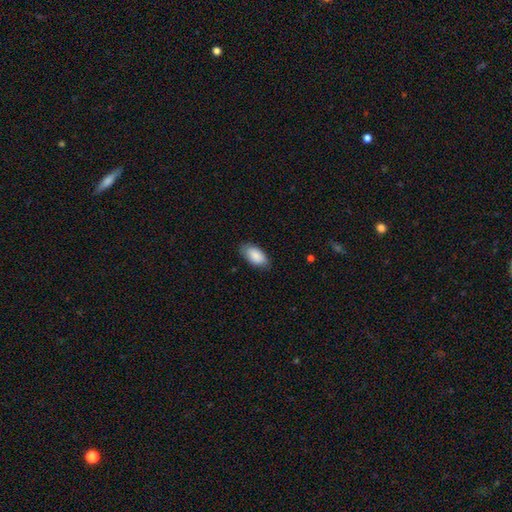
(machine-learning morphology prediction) Smooth or featured: smooth — 87% (featured or disk — 7%)
How rounded: in between — 94% (cigar-shaped — 3%)
Merging: none — 82% (minor disturbance — 14%)